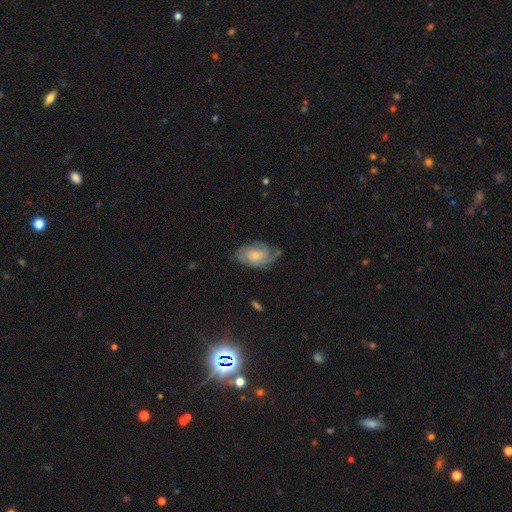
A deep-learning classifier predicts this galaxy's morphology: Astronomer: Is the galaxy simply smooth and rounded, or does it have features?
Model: featured or disk — 62%.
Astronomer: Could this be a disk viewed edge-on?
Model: no — 96%.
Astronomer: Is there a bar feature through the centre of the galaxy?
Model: no — 75%.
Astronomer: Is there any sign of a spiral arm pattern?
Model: yes — 87%.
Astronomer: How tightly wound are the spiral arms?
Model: tight — 49% (runner-up: medium, 36%).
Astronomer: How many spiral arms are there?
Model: can't tell — 44% (runner-up: 2, 20%).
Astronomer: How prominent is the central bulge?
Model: small — 57% (runner-up: moderate, 34%).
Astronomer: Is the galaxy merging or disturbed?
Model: none — 60%.